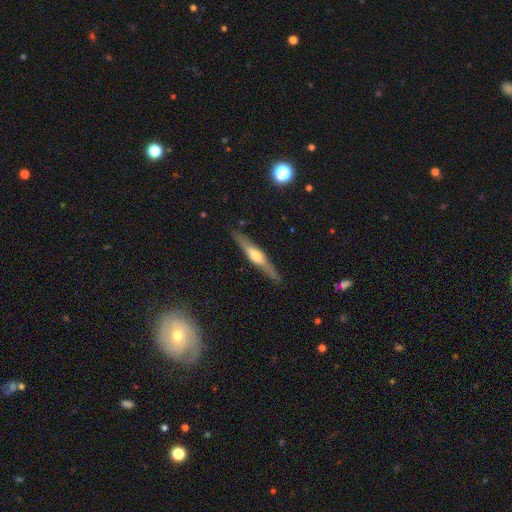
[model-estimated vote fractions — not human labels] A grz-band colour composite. It shows a featured or disk galaxy (65%) viewed edge-on (95%) with a rounded central bulge (82%). Merging: none (88%).